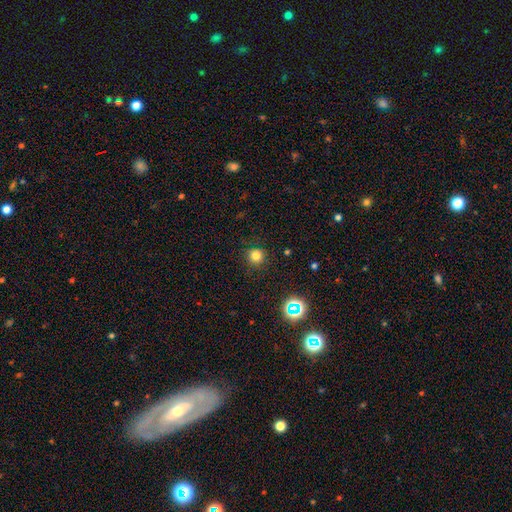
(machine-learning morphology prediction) Q: Smooth or featured?
A: smooth (78%); runner-up: star or artifact (16%)
Q: How rounded?
A: round (95%); runner-up: in between (4%)
Q: Merging?
A: none (88%); runner-up: minor disturbance (8%)